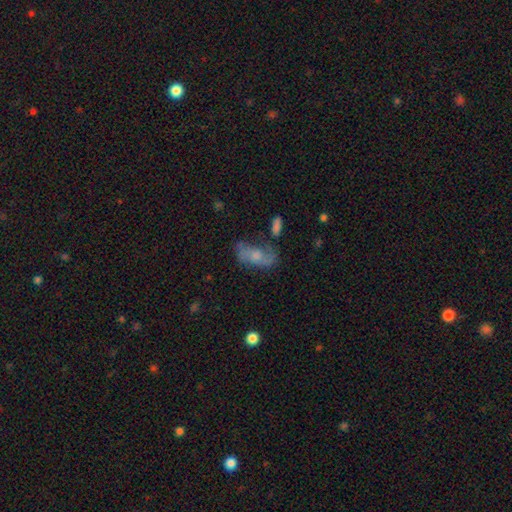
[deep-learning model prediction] smooth-or-featured: featured or disk: 48% | smooth: 42% | star or artifact: 10%
  merging: none: 49% | minor disturbance: 26% | major disturbance: 17% | merger: 8%